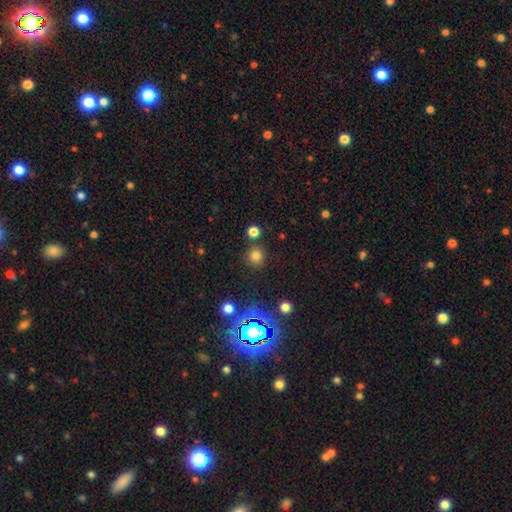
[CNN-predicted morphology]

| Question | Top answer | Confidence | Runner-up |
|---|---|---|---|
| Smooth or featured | smooth | 75% | star or artifact (19%) |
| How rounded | round | 90% | in between (9%) |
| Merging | none | 83% | minor disturbance (7%) |